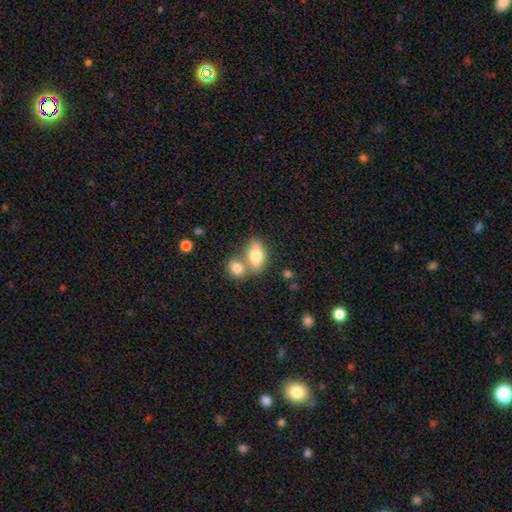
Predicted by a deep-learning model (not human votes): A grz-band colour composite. It shows a smooth galaxy with no disk features (78%) that is in between round and cigar-shaped (86%). Merging: merger (46%).